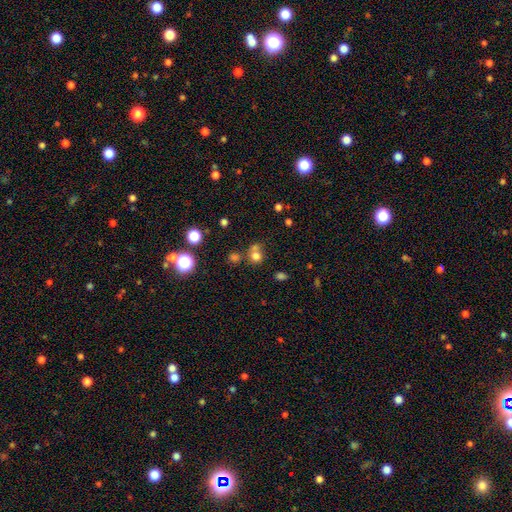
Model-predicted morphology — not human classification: Overall: smooth (72%). How rounded: round (76%). Merging: none (47%; merger 35%).